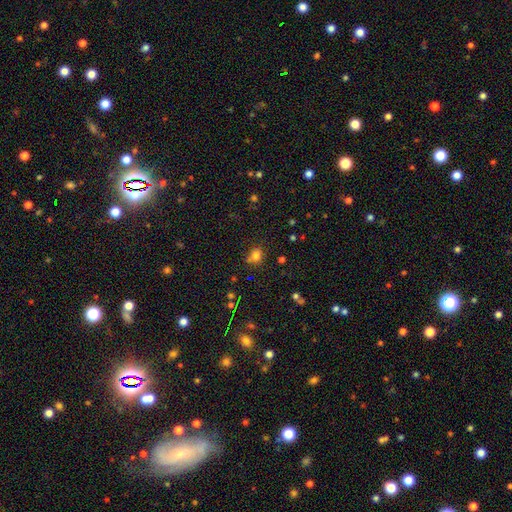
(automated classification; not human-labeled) Smooth or featured? smooth (77%)
How rounded? round (64%)
Merging? none (66%)